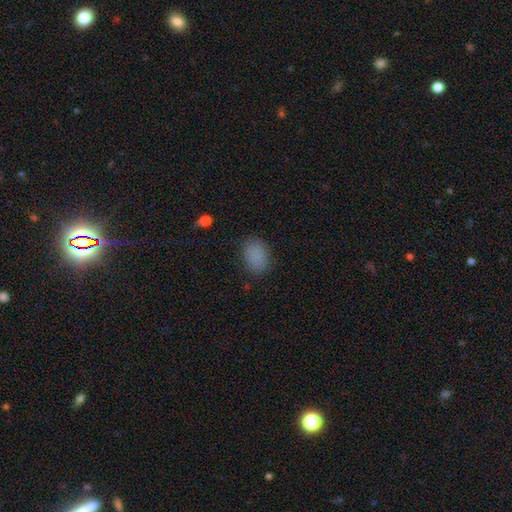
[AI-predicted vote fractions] Smooth or featured?
  - smooth: 85% *
  - star or artifact: 11%
  - featured or disk: 5%
How rounded?
  - in between: 75% *
  - round: 24%
  - cigar-shaped: 1%
Merging?
  - none: 81% *
  - minor disturbance: 14%
  - major disturbance: 4%
  - merger: 1%